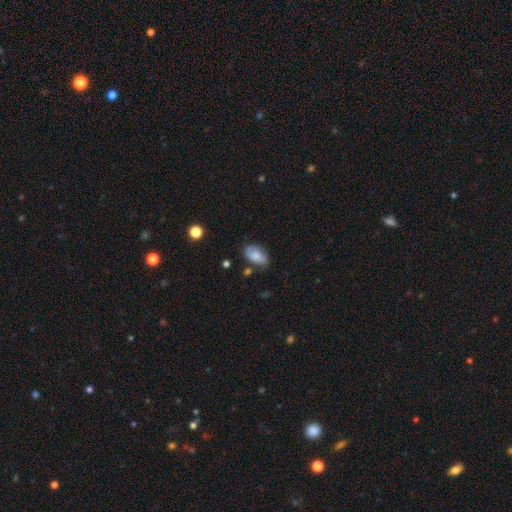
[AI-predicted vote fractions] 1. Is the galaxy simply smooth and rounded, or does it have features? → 75% smooth, 18% featured or disk, 8% star or artifact.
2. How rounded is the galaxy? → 92% in between, 6% round, 2% cigar-shaped.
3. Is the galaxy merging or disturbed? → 62% none, 28% minor disturbance, 6% major disturbance, 4% merger.